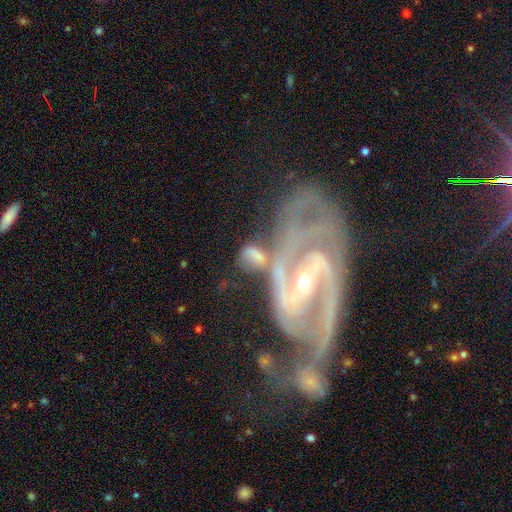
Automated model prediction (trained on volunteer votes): This is possibly a featured or disk galaxy (51%). It is clearly not viewed edge-on (92%). Merging: marginally none (37%).